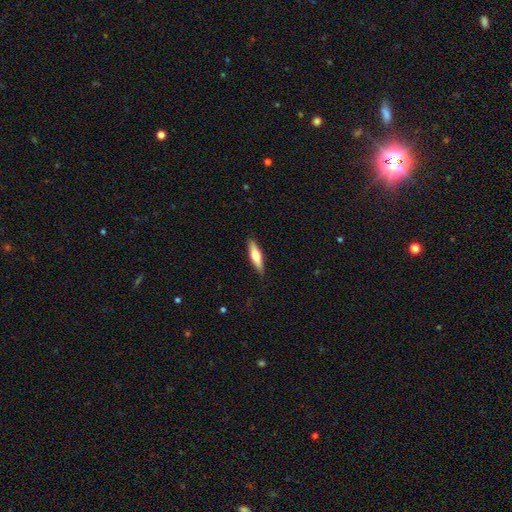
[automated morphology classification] A smooth galaxy with no disk features (50%) that is cigar-shaped (73%). Merging: none (88%).